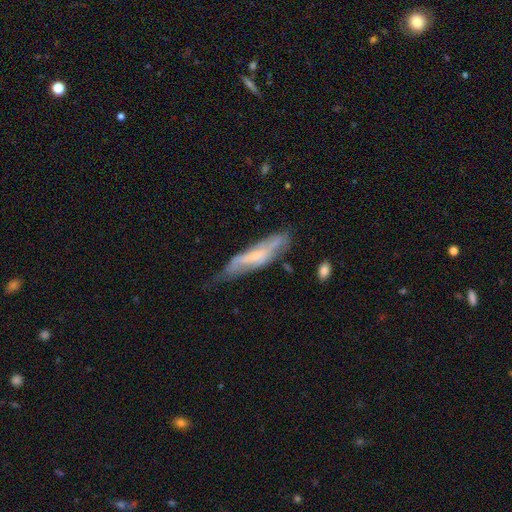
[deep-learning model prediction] Smooth or featured? featured or disk (58%)
Edge-on disk? no (53%)
Merging? none (49%)